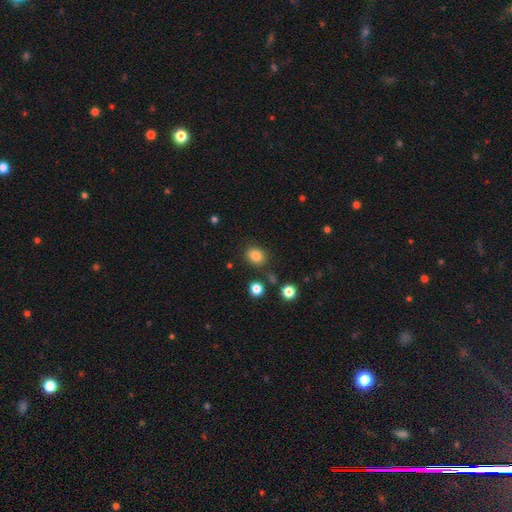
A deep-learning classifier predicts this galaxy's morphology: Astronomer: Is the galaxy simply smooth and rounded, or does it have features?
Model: smooth — 83%.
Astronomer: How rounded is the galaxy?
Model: round — 63%.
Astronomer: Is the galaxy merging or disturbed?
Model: none — 83%.